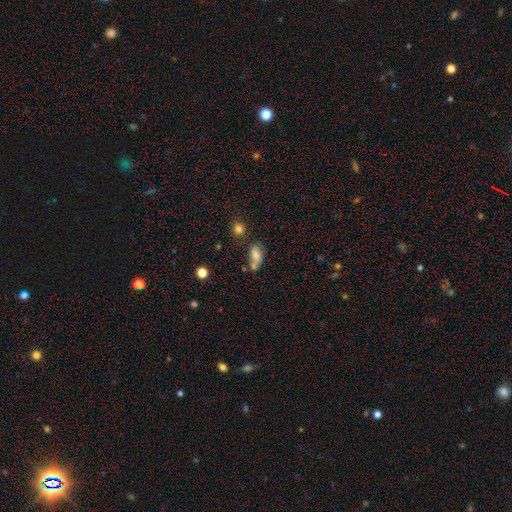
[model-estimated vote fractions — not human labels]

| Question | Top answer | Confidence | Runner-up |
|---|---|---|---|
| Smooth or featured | smooth | 68% | featured or disk (20%) |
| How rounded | in between | 83% | round (9%) |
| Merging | none | 40% | merger (27%) |